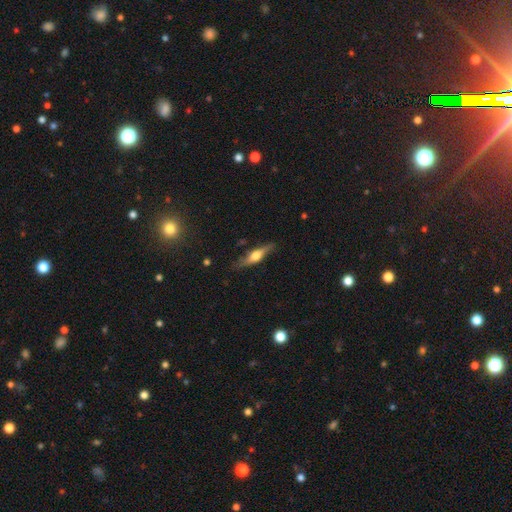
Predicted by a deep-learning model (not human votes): A featured or disk galaxy (61%) viewed edge-on (92%) with a rounded central bulge (91%). Merging: none (79%).